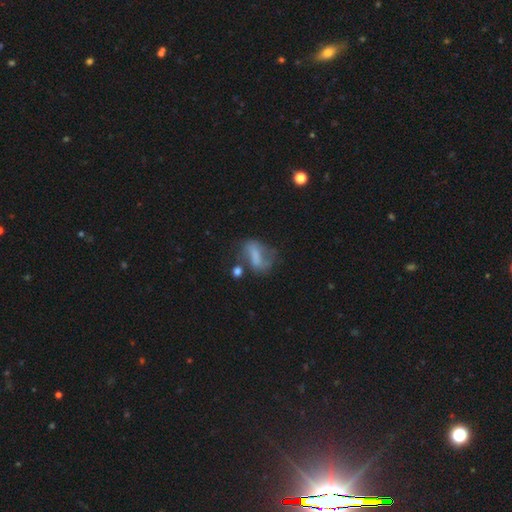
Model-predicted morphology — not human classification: smooth_or_featured: smooth (p=0.51) [alt: featured or disk p=0.36]
how_rounded: in between (p=0.74) [alt: round p=0.14]
merging: none (p=0.36) [alt: minor disturbance p=0.25]